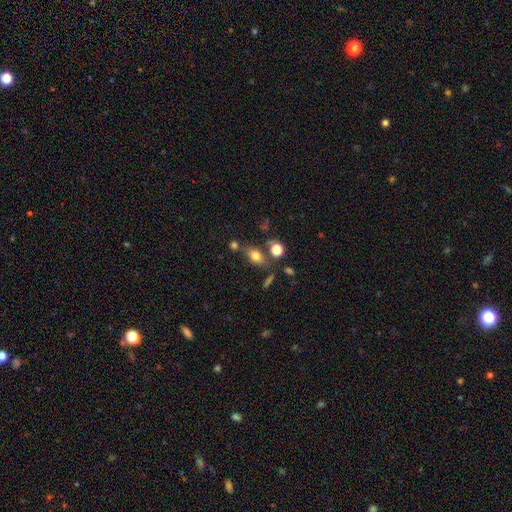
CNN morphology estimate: A smooth galaxy with no disk features (70%) that is in between round and cigar-shaped (75%).

Vote fractions:
- Smooth or featured? smooth: 70% / featured or disk: 19% / star or artifact: 11%
- How rounded? in between: 75% / round: 15% / cigar-shaped: 10%
- Merging? none: 64% / merger: 15% / minor disturbance: 15% / major disturbance: 6%